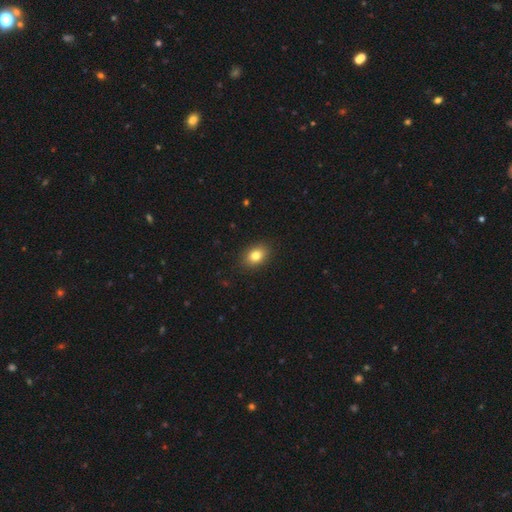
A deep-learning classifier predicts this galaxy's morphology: Smooth or featured: smooth — 81% (star or artifact — 10%)
How rounded: in between — 70% (round — 29%)
Merging: none — 89% (minor disturbance — 8%)